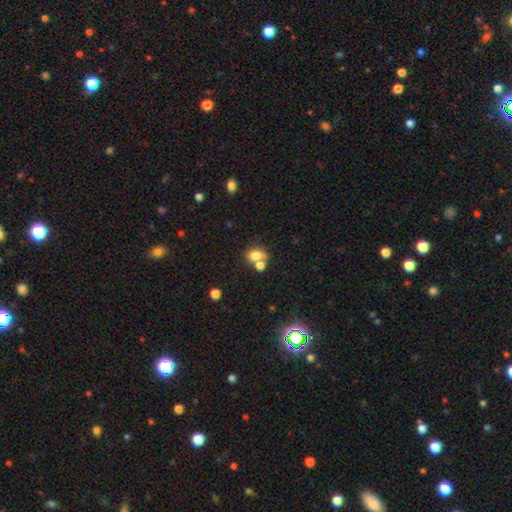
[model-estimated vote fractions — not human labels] Smooth or featured? smooth (75%)
How rounded? in between (50%)
Merging? merger (46%)